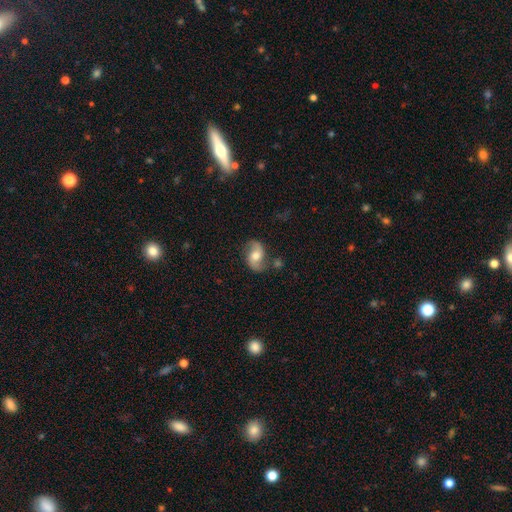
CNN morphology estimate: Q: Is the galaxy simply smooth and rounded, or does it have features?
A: featured or disk — 66%.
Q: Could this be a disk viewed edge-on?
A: no — 96%.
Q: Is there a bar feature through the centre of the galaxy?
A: no — 53%.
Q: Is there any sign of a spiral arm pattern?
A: yes — 90%.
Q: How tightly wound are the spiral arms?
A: loose — 56%.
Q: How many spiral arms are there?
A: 2 — 91%.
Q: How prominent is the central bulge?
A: moderate — 61%.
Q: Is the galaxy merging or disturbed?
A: none — 69%.